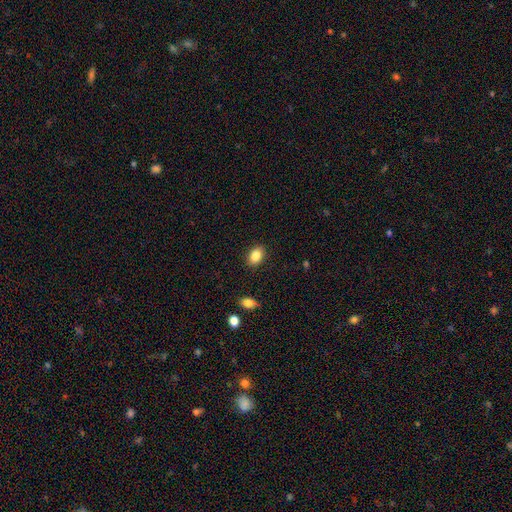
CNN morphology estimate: A smooth galaxy with no disk features (86%) that is in between round and cigar-shaped (79%).

Vote fractions:
- Smooth or featured? smooth: 86% / star or artifact: 9% / featured or disk: 5%
- How rounded? in between: 79% / round: 20% / cigar-shaped: 1%
- Merging? none: 88% / minor disturbance: 8% / major disturbance: 2% / merger: 1%